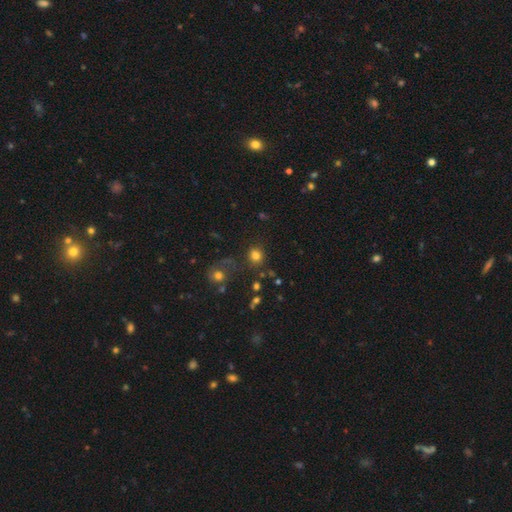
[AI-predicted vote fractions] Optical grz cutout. It shows a smooth galaxy with no disk features (79%) that is round (86%). Merging: none (77%).